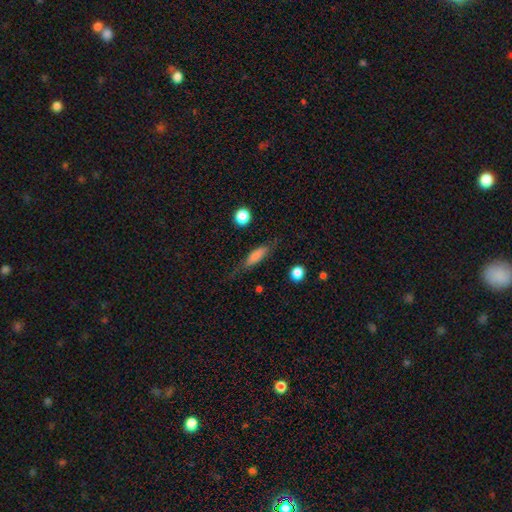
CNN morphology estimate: Smooth or featured: smooth — 64% (featured or disk — 27%)
How rounded: cigar-shaped — 59% (in between — 37%)
Merging: none — 68% (minor disturbance — 21%)